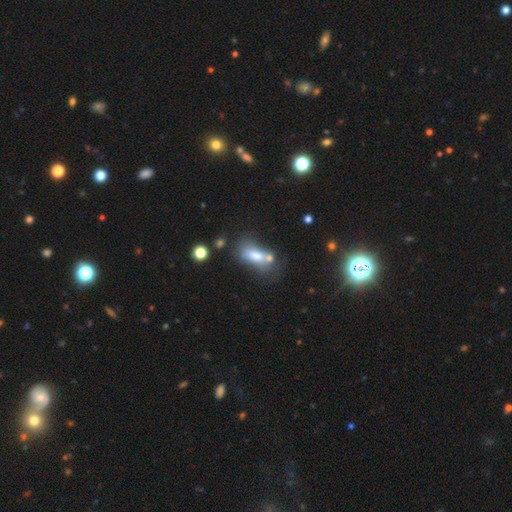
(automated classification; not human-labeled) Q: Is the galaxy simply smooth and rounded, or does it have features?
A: smooth — 63%.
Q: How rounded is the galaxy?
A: in between — 78%.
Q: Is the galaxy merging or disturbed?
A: none — 34%.